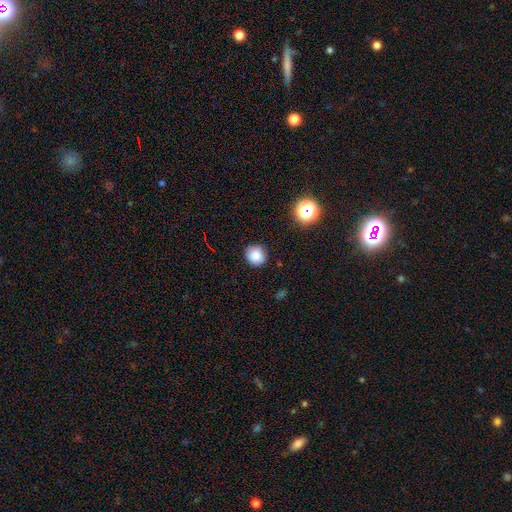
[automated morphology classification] Smooth or featured? Predicted: smooth (p=0.83). How rounded? Predicted: round (p=0.87). Merging? Predicted: none (p=0.88).